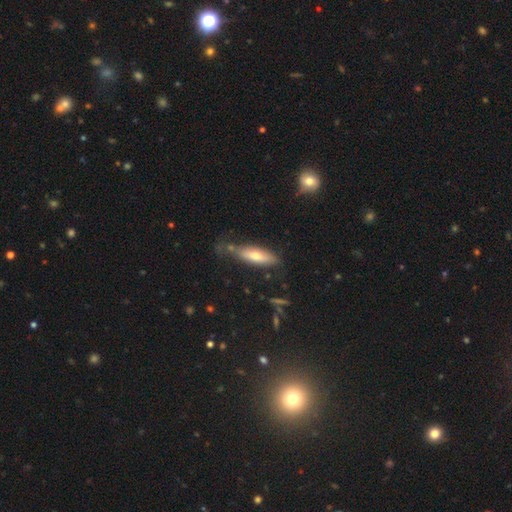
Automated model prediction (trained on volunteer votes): smooth_or_featured: smooth (p=0.62) [alt: featured or disk p=0.31]
how_rounded: cigar-shaped (p=0.50) [alt: in between p=0.48]
merging: none (p=0.60) [alt: minor disturbance p=0.25]